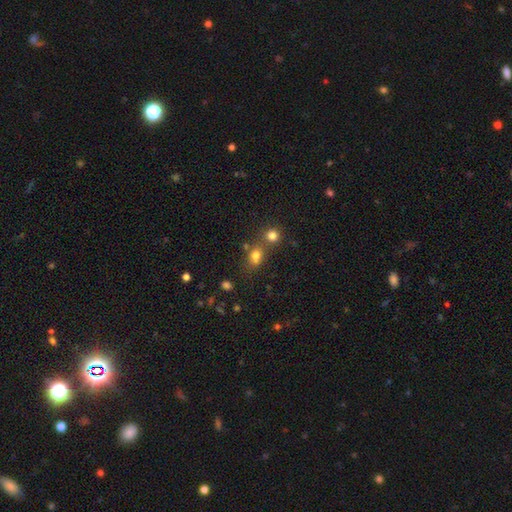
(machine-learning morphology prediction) Smooth or featured: smooth — 72% (star or artifact — 17%)
How rounded: round — 56% (in between — 42%)
Merging: none — 50% (merger — 34%)